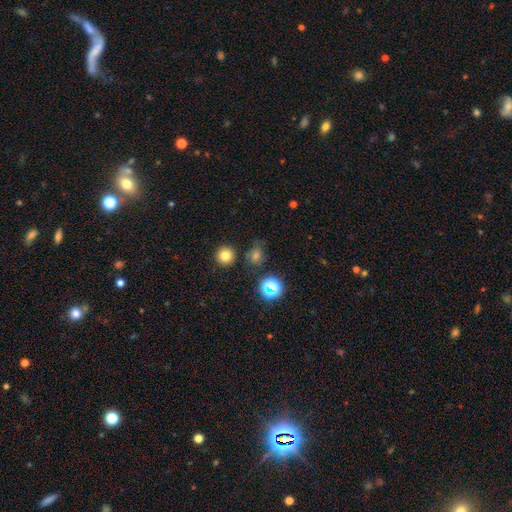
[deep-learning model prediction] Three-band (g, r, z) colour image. It shows a smooth galaxy with no disk features (49%). Merging: none (77%).